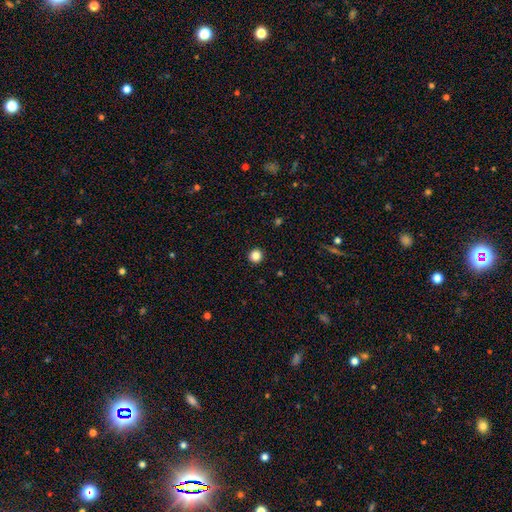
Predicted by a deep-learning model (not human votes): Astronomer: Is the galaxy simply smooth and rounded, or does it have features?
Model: smooth — 85%.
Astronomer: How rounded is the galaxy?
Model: round — 96%.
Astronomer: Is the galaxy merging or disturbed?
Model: none — 94%.